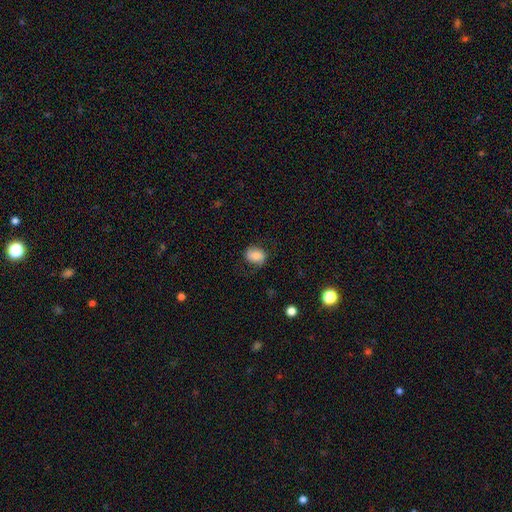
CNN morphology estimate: Q: Smooth or featured?
A: smooth (75%); runner-up: featured or disk (16%)
Q: How rounded?
A: in between (55%); runner-up: round (44%)
Q: Merging?
A: none (74%); runner-up: minor disturbance (19%)